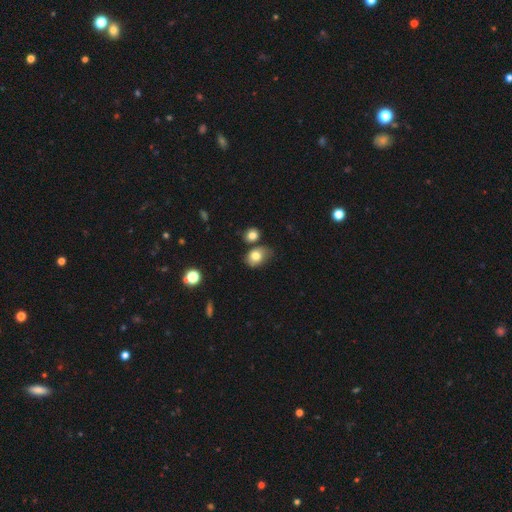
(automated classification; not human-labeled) Overall: smooth (77%). How rounded: in between (65%; round 34%). Merging: none (48%; minor disturbance 28%).